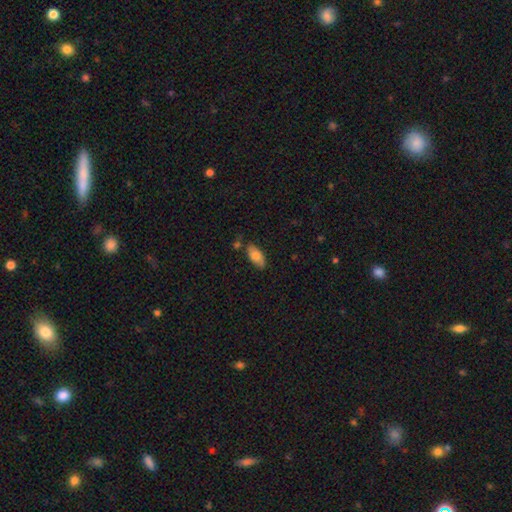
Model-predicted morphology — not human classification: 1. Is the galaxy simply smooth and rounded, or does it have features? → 74% smooth, 19% featured or disk, 7% star or artifact.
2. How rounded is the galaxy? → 90% in between, 7% cigar-shaped, 3% round.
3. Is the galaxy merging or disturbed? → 72% none, 18% minor disturbance, 6% merger, 4% major disturbance.